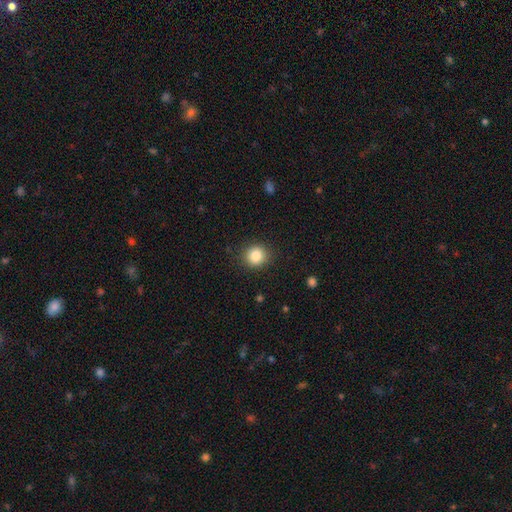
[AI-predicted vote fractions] Morphology: type=smooth (85%); roundness=round (86%); merging=none (89%).